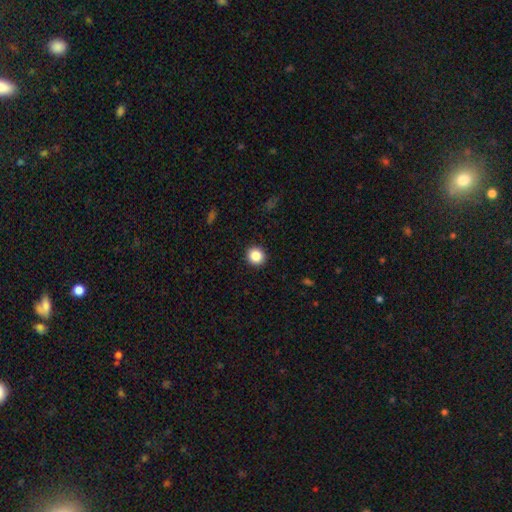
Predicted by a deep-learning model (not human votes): Q: Smooth or featured?
A: smooth (86%); runner-up: star or artifact (10%)
Q: How rounded?
A: round (89%); runner-up: in between (10%)
Q: Merging?
A: none (92%); runner-up: minor disturbance (5%)